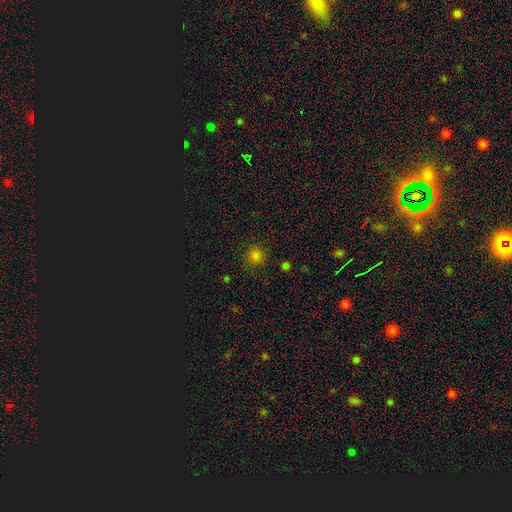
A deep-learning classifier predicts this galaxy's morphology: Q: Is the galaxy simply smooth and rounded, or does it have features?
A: smooth — 79%.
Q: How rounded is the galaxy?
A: round — 93%.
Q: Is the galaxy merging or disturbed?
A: none — 87%.